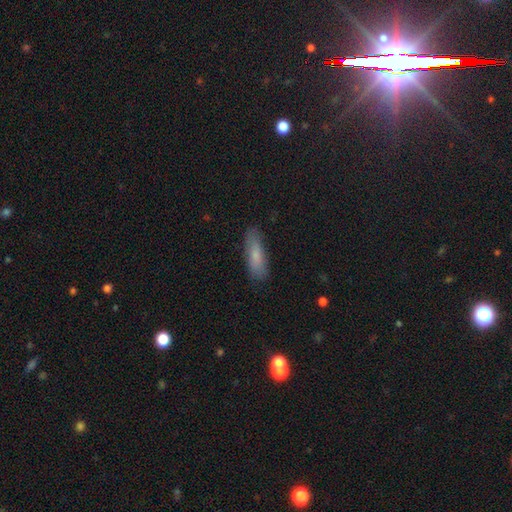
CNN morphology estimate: Q: Smooth or featured?
A: smooth (78%); runner-up: featured or disk (16%)
Q: How rounded?
A: cigar-shaped (59%); runner-up: in between (39%)
Q: Merging?
A: none (82%); runner-up: minor disturbance (14%)